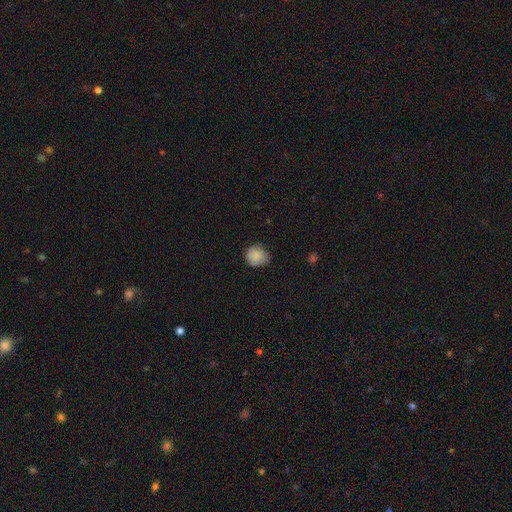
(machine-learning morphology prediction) type=smooth (85%); roundness=round (81%); merging=none (65%).